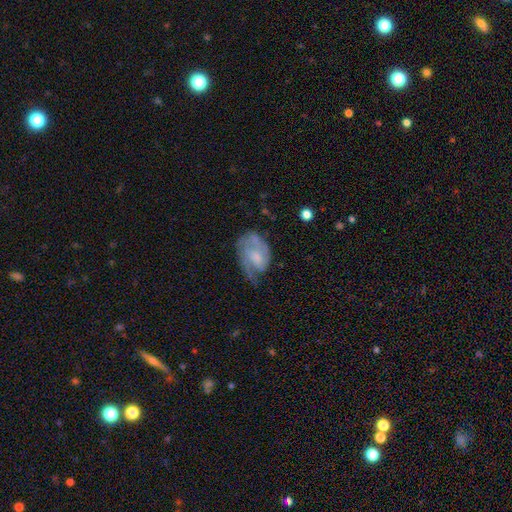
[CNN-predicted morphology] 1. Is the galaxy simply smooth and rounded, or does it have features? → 67% featured or disk, 26% smooth, 7% star or artifact.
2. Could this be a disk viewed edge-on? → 97% no, 3% yes.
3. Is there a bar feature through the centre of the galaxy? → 58% no, 36% weak, 6% strong.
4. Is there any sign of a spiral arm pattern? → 86% yes, 14% no.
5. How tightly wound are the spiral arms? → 42% medium, 36% tight, 22% loose.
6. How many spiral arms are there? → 41% 2, 30% 1, 19% can't tell, 6% 3, 2% 4, 2% more than 4.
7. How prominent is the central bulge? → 40% small, 30% moderate, 22% none, 5% large, 1% dominant.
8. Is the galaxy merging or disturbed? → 43% none, 30% minor disturbance, 25% major disturbance, 3% merger.